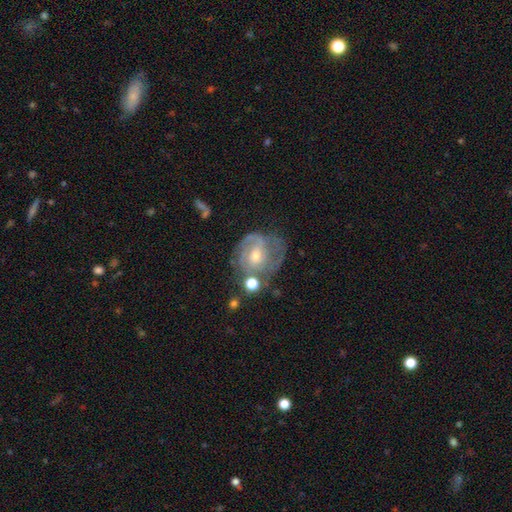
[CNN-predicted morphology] Smooth or featured? Predicted: featured or disk (p=0.78). Edge-on disk? Predicted: no (p=0.97). Bar? Predicted: no (p=0.48). Spiral arms? Predicted: yes (p=0.88). Spiral winding? Predicted: tight (p=0.50). Spiral arm count? Predicted: 2 (p=0.41). Bulge size? Predicted: small (p=0.49). Merging? Predicted: none (p=0.53).